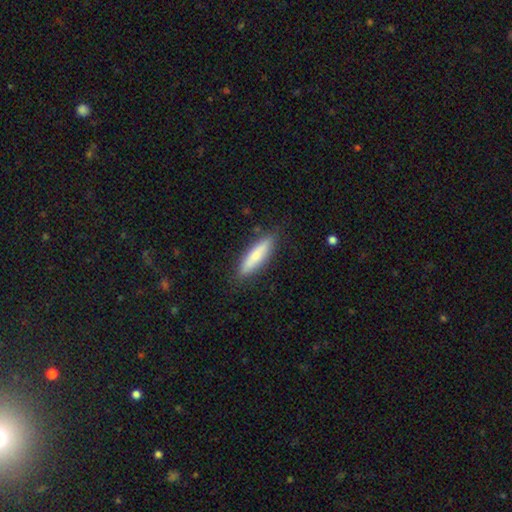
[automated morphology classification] Smooth or featured? smooth (71%)
How rounded? cigar-shaped (76%)
Merging? none (86%)